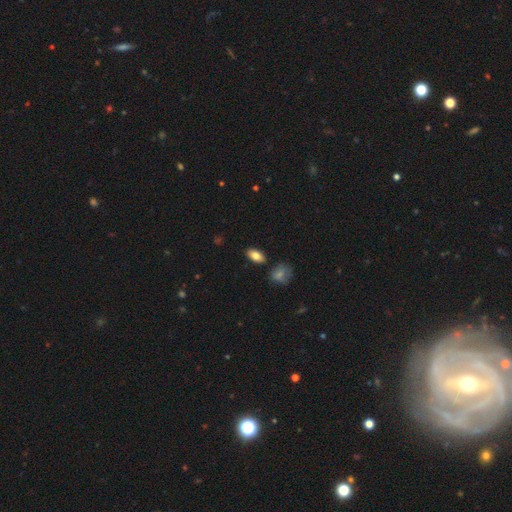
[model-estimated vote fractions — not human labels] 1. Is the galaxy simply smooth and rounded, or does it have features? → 80% smooth, 12% featured or disk, 7% star or artifact.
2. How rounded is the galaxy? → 90% in between, 5% round, 4% cigar-shaped.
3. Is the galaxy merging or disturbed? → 85% none, 10% minor disturbance, 3% merger, 2% major disturbance.